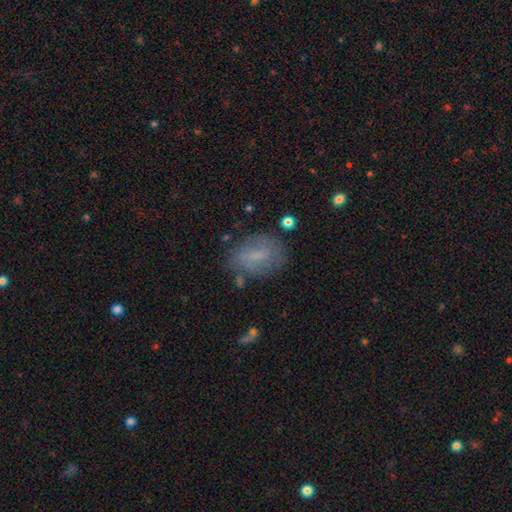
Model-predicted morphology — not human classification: Smooth or featured: smooth — 57% (featured or disk — 32%)
How rounded: in between — 76% (round — 21%)
Merging: none — 70% (minor disturbance — 19%)